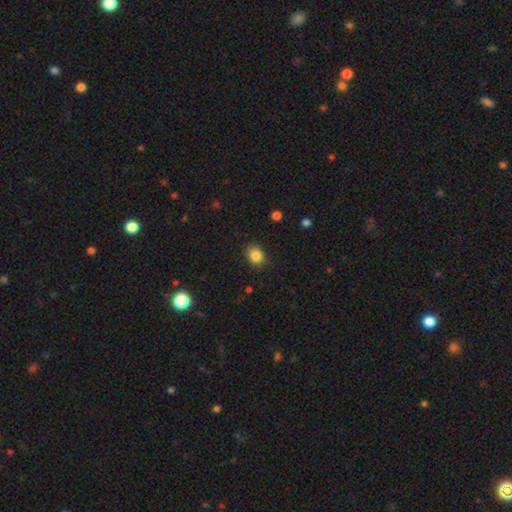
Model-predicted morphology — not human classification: Smooth or featured: smooth — 85% (star or artifact — 10%)
How rounded: round — 61% (in between — 38%)
Merging: none — 87% (minor disturbance — 9%)